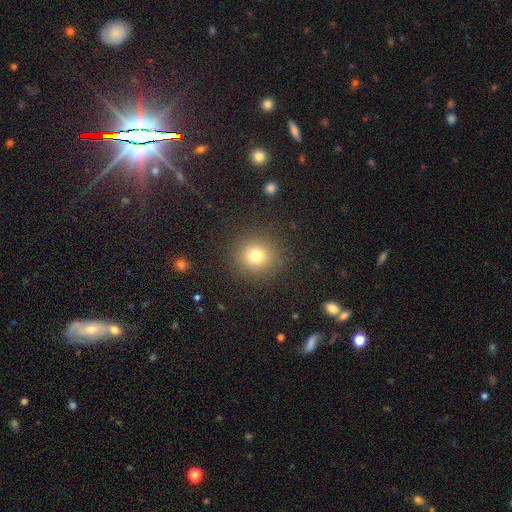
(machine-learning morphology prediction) smooth_or_featured: smooth (p=0.75) [alt: star or artifact p=0.16]
how_rounded: round (p=0.92) [alt: in between p=0.07]
merging: none (p=0.89) [alt: minor disturbance p=0.07]